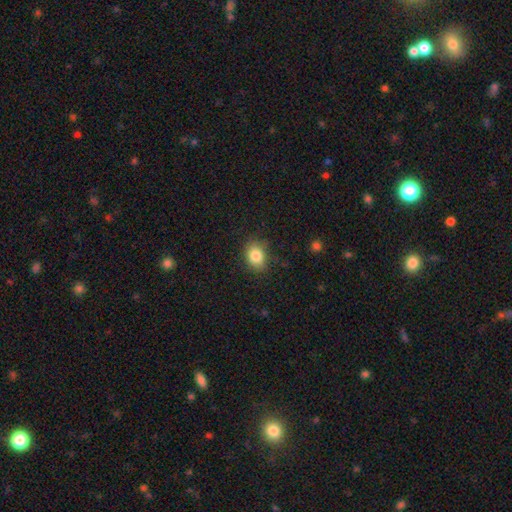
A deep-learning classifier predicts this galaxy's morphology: This appears to be a smooth galaxy with no disk features (84%) that is in between round and cigar-shaped (65%). Merging: none (81%).